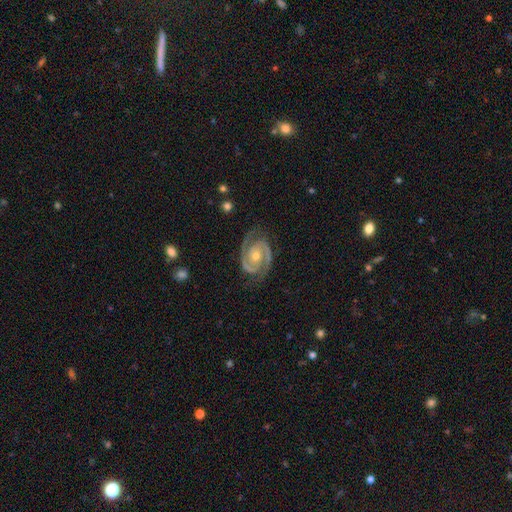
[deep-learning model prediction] featured or disk 94%, star or artifact 4%, smooth 3%. Down the decision tree: edge-on disk — no (98%); bar — no (63%); spiral arms — yes (99%); spiral arm count — 2 (93%); spiral winding — tight (58%); bulge size — moderate (57%); merging — none (82%).